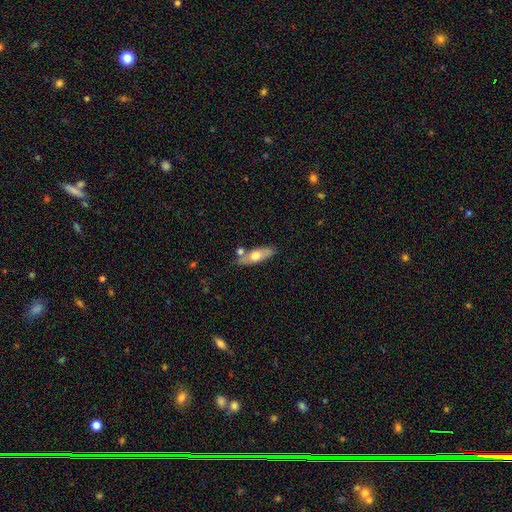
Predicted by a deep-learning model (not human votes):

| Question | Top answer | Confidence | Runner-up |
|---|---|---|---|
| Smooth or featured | smooth | 58% | featured or disk (36%) |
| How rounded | in between | 59% | cigar-shaped (38%) |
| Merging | none | 66% | minor disturbance (15%) |